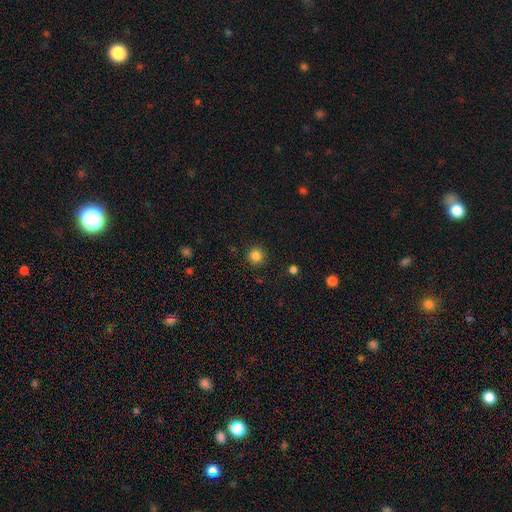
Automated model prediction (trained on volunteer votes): smooth-or-featured: smooth: 84% | star or artifact: 12% | featured or disk: 4%
  how-rounded: round: 94% | in between: 5% | cigar-shaped: 1%
  merging: none: 91% | minor disturbance: 6% | major disturbance: 2% | merger: 1%